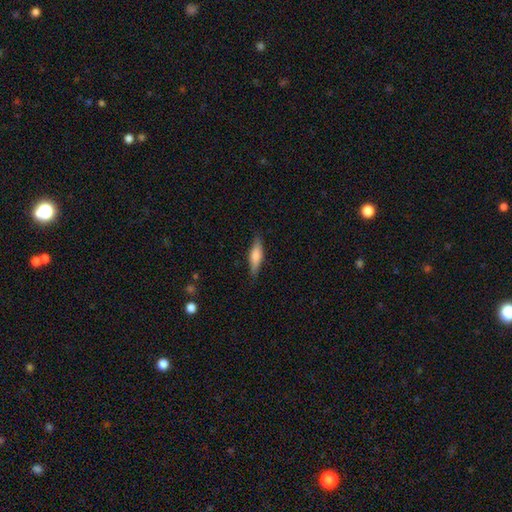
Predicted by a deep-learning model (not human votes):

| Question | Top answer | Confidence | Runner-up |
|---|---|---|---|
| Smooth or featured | smooth | 67% | featured or disk (27%) |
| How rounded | cigar-shaped | 63% | in between (35%) |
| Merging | none | 83% | minor disturbance (13%) |